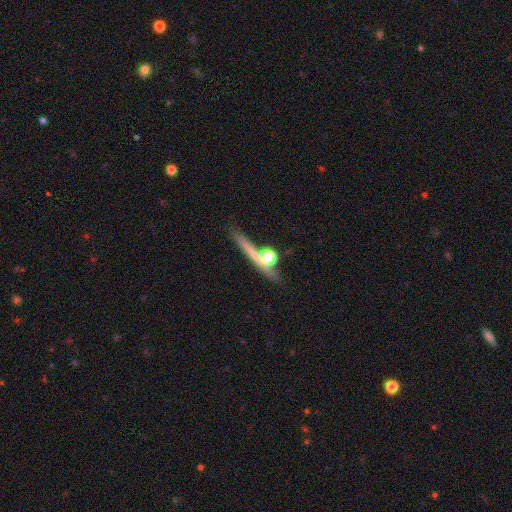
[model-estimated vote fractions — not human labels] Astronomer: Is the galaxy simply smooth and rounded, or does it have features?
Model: smooth — 45% (runner-up: featured or disk, 42%).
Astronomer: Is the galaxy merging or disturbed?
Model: none — 69%.